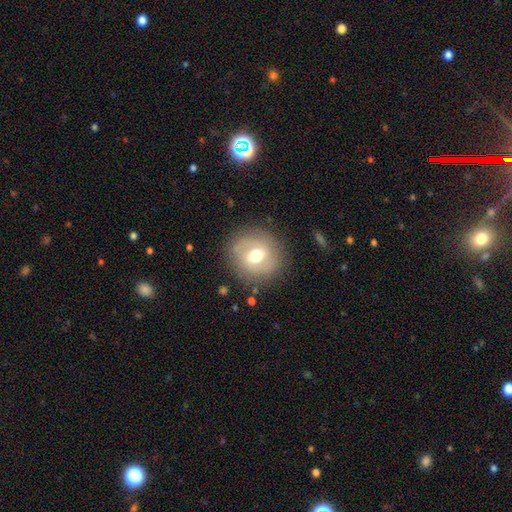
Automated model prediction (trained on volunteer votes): smooth_or_featured: smooth (p=0.56) [alt: featured or disk p=0.35]
how_rounded: round (p=0.89) [alt: in between p=0.10]
merging: none (p=0.84) [alt: minor disturbance p=0.10]